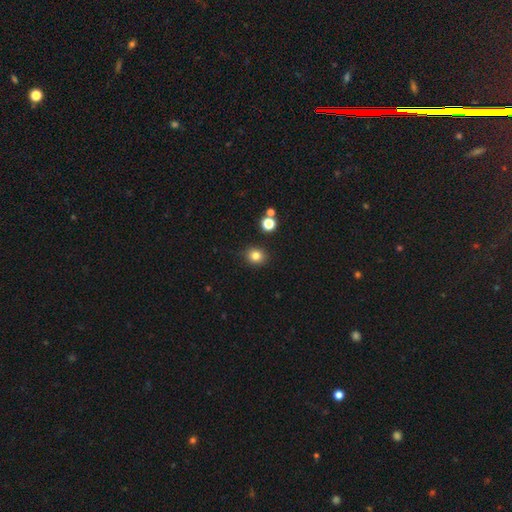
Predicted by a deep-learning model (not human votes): Smooth or featured? Predicted: smooth (p=0.81). How rounded? Predicted: round (p=0.75). Merging? Predicted: none (p=0.88).